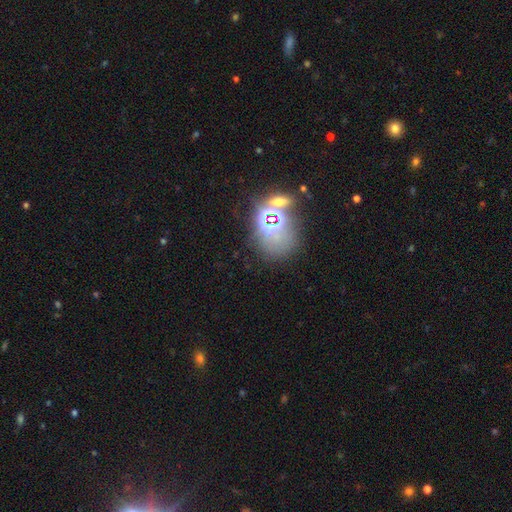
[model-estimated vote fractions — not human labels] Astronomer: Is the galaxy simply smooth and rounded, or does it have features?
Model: star or artifact — 41% (runner-up: smooth, 33%).